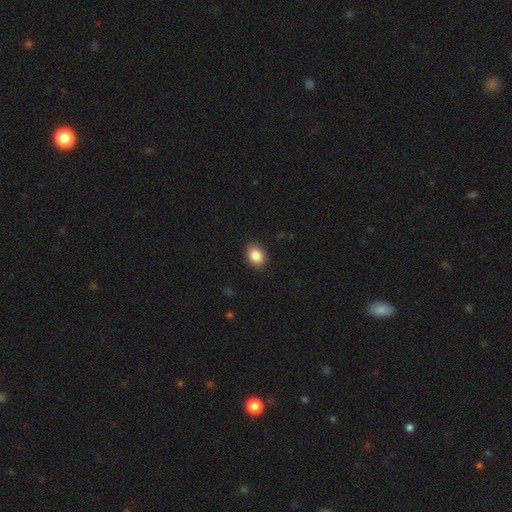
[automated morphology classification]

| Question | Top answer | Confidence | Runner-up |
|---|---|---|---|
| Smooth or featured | smooth | 87% | star or artifact (8%) |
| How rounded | in between | 69% | round (30%) |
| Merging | none | 87% | minor disturbance (10%) |